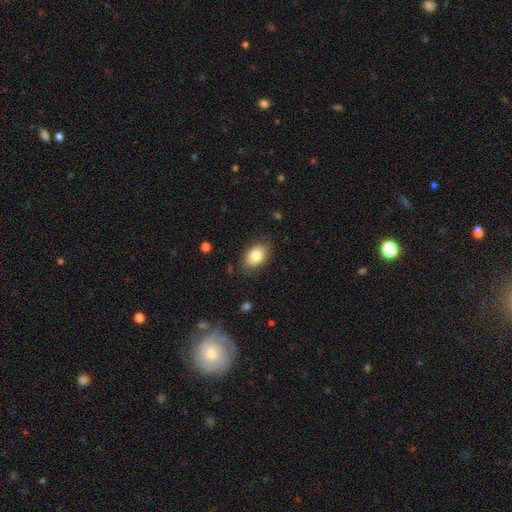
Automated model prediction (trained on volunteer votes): Smooth or featured? smooth (81%)
How rounded? in between (82%)
Merging? none (83%)